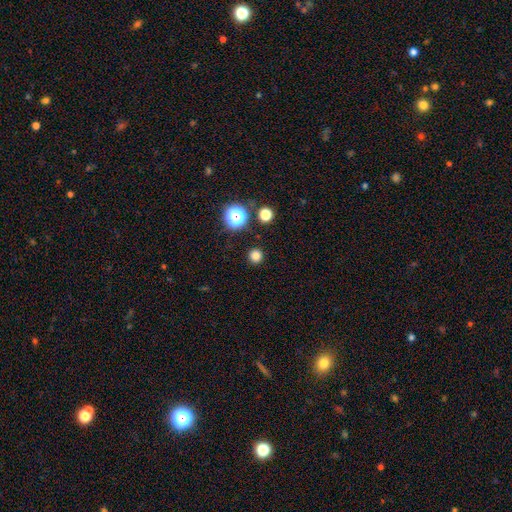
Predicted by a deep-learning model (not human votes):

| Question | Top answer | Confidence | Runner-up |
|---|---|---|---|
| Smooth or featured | smooth | 80% | star or artifact (16%) |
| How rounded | round | 95% | in between (4%) |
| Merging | none | 92% | minor disturbance (5%) |